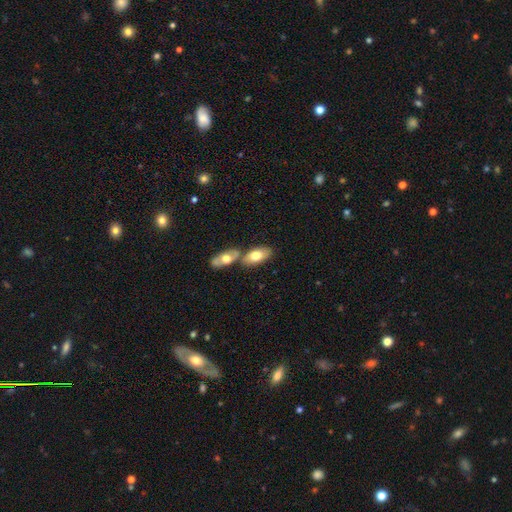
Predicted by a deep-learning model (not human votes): Smooth or featured? Predicted: smooth (p=0.69). How rounded? Predicted: in between (p=0.90). Merging? Predicted: none (p=0.50).